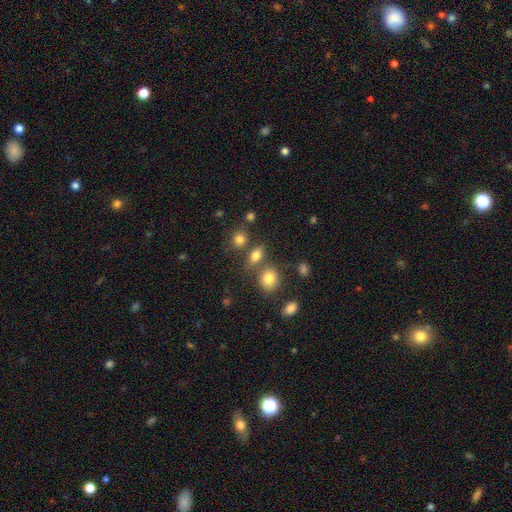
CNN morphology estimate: Smooth or featured?
  - smooth: 78% *
  - star or artifact: 13%
  - featured or disk: 9%
How rounded?
  - in between: 66% *
  - round: 30%
  - cigar-shaped: 3%
Merging?
  - none: 62% *
  - merger: 22%
  - minor disturbance: 12%
  - major disturbance: 5%